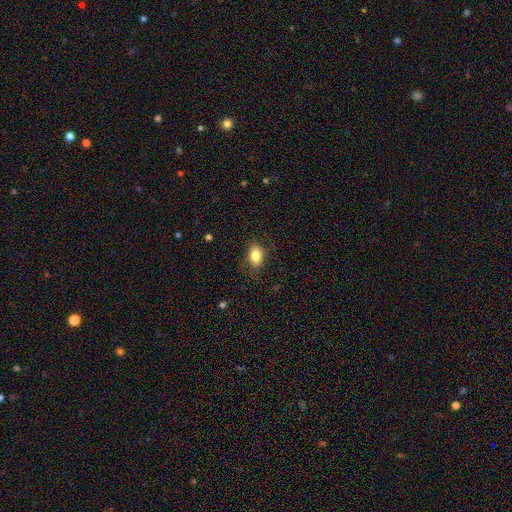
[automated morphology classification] A smooth galaxy with no disk features (82%) that is in between round and cigar-shaped (81%).

Vote fractions:
- Smooth or featured? smooth: 82% / featured or disk: 9% / star or artifact: 9%
- How rounded? in between: 81% / round: 18% / cigar-shaped: 2%
- Merging? none: 79% / minor disturbance: 15% / major disturbance: 5% / merger: 1%